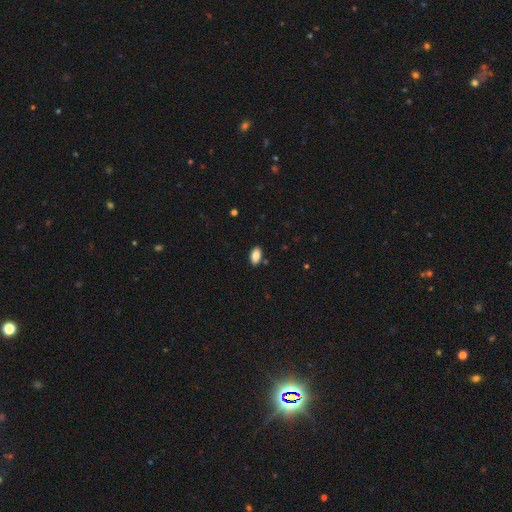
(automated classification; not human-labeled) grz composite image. It shows a smooth galaxy with no disk features (86%) that is in between round and cigar-shaped (93%). Merging: none (86%).